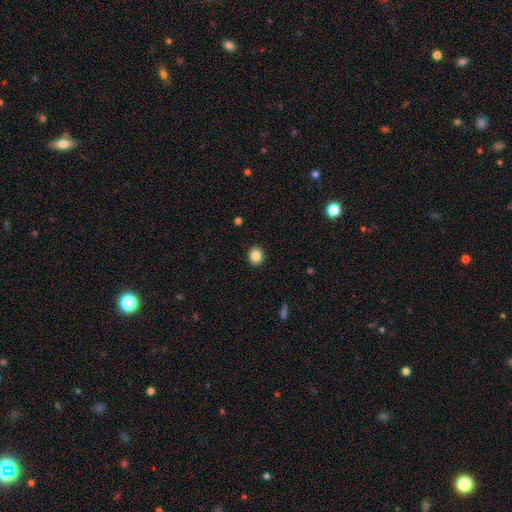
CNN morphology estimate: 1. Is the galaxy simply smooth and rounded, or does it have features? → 85% smooth, 10% star or artifact, 5% featured or disk.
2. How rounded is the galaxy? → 82% round, 17% in between, 1% cigar-shaped.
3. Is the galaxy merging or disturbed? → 92% none, 5% minor disturbance, 2% major disturbance, 1% merger.